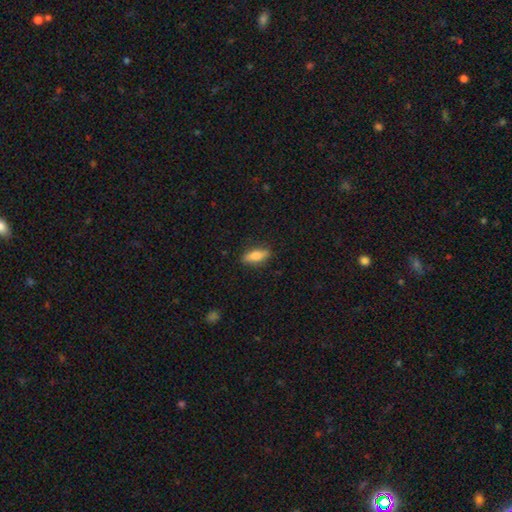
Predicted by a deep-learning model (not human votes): Smooth or featured? smooth (68%)
How rounded? in between (57%)
Merging? none (87%)